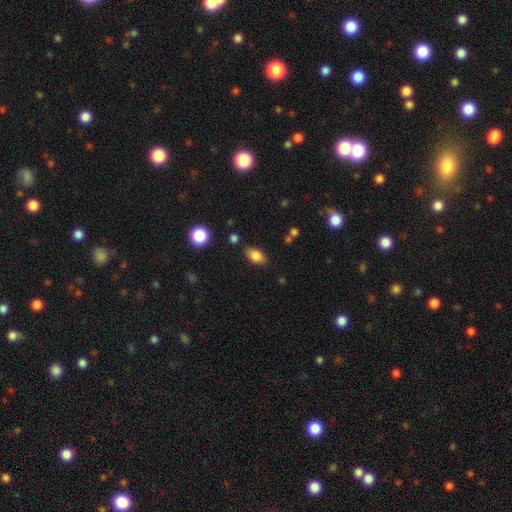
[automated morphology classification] This is clearly a smooth galaxy (83%). How rounded: clearly in between (88%). Merging: clearly none (81%).